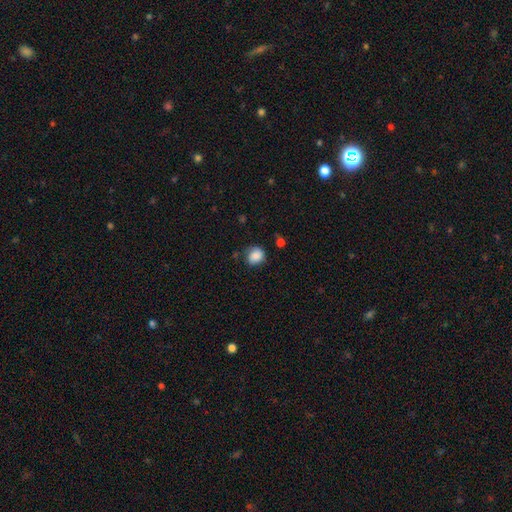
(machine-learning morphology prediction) Smooth or featured?
  - smooth: 83% *
  - featured or disk: 9%
  - star or artifact: 8%
How rounded?
  - round: 69% *
  - in between: 30%
  - cigar-shaped: 1%
Merging?
  - none: 61% *
  - minor disturbance: 28%
  - major disturbance: 8%
  - merger: 3%